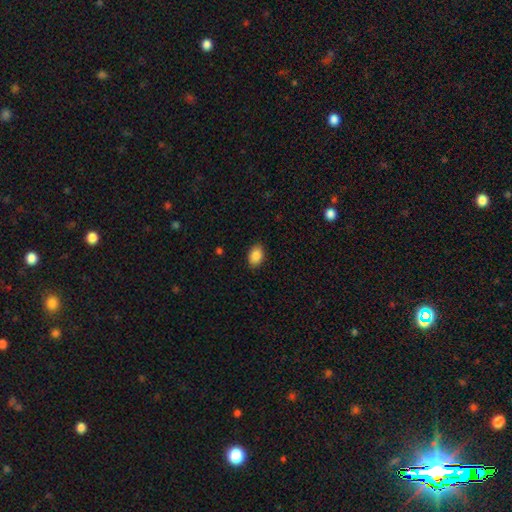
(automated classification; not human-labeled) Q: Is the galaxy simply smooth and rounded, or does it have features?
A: smooth — 88%.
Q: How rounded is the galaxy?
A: in between — 81%.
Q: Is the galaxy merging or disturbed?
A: none — 88%.